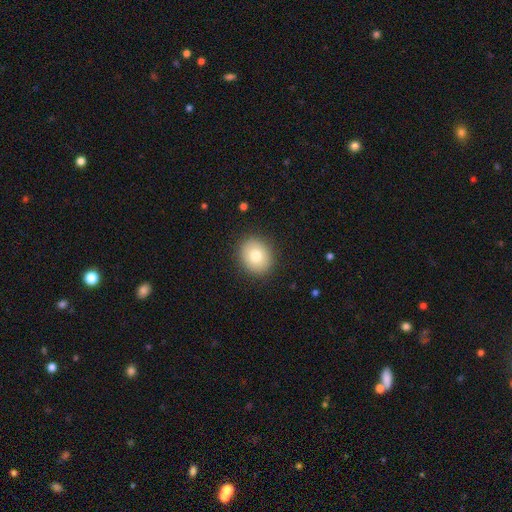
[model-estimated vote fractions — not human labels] A smooth galaxy with no disk features (79%) that is round (63%).

Vote fractions:
- Smooth or featured? smooth: 79% / featured or disk: 12% / star or artifact: 9%
- How rounded? round: 63% / in between: 36% / cigar-shaped: 1%
- Merging? none: 89% / minor disturbance: 8% / major disturbance: 2% / merger: 1%